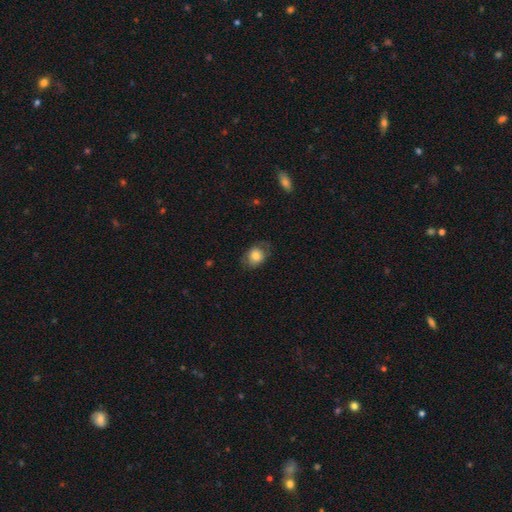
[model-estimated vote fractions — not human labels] This is likely a smooth galaxy (74%). How rounded: possibly in between (52%). Merging: likely none (65%).